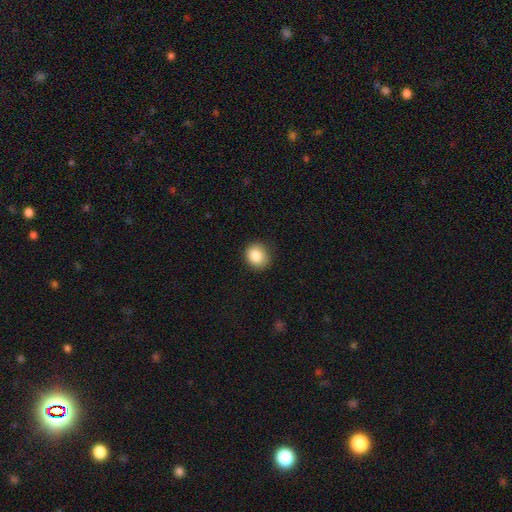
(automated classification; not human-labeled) A smooth galaxy with no disk features (86%) that is round (74%). Merging: none (85%).